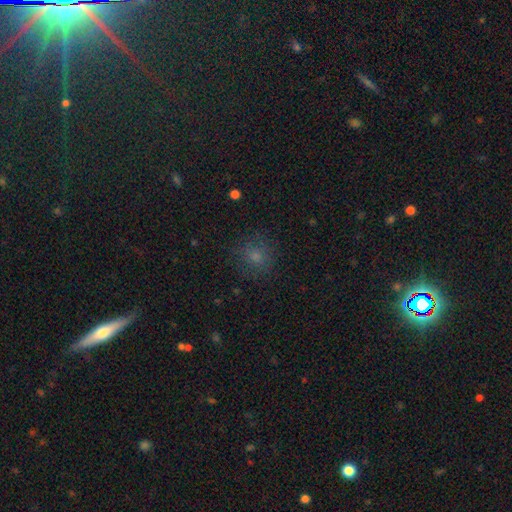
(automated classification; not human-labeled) smooth_or_featured: smooth (p=0.73) [alt: star or artifact p=0.17]
how_rounded: round (p=0.85) [alt: in between p=0.14]
merging: none (p=0.81) [alt: minor disturbance p=0.12]